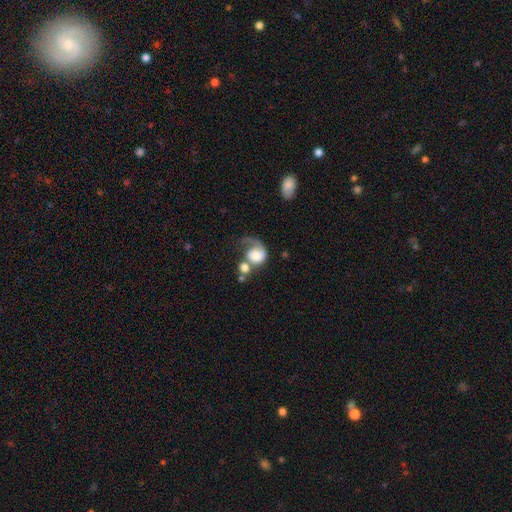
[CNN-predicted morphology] Smooth or featured: featured or disk — 56% (smooth — 36%)
Edge-on disk: no — 98% (yes — 2%)
Bar: no — 74% (weak — 22%)
Spiral arms: yes — 81% (no — 19%)
Bulge size: moderate — 38% (large — 32%)
Merging: major disturbance — 34% (merger — 33%)